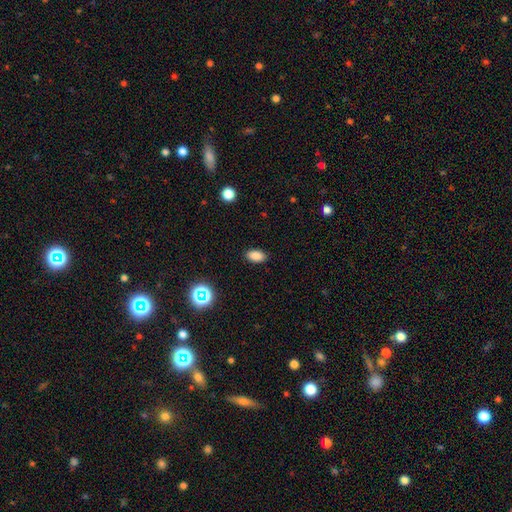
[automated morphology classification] This is clearly a smooth galaxy (84%). How rounded: clearly in between (91%). Merging: clearly none (89%).